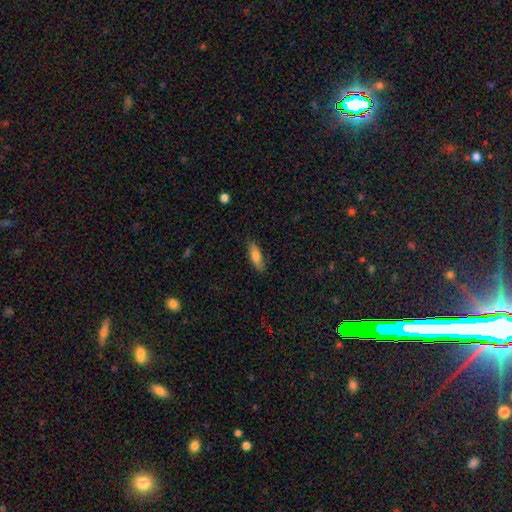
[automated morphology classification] This appears to be a smooth galaxy with no disk features (73%) that is in between round and cigar-shaped (56%). Merging: none (84%).